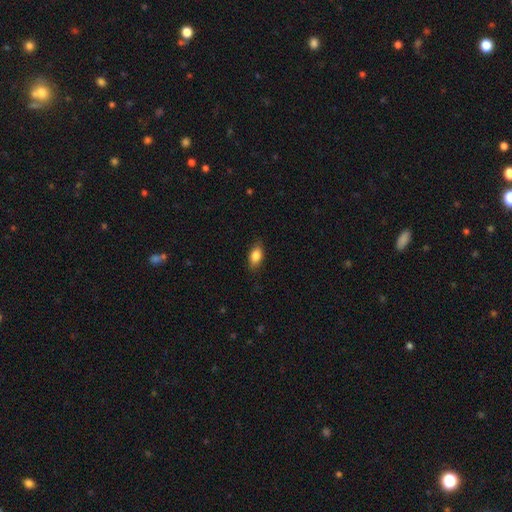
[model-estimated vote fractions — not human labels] smooth_or_featured: smooth (p=0.84) [alt: featured or disk p=0.09]
how_rounded: in between (p=0.86) [alt: round p=0.08]
merging: none (p=0.84) [alt: minor disturbance p=0.13]